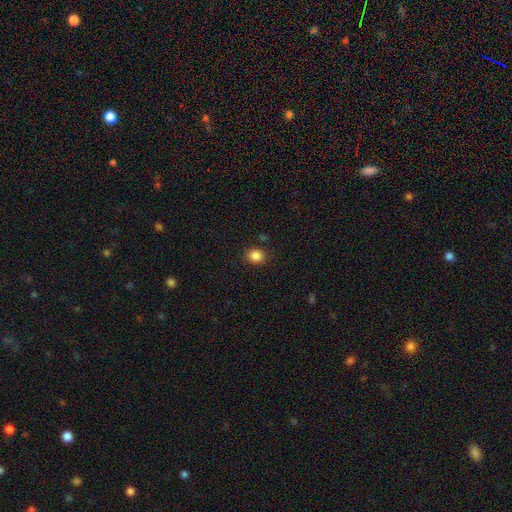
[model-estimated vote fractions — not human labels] A smooth galaxy with no disk features (86%) that is round (64%). Merging: none (85%).